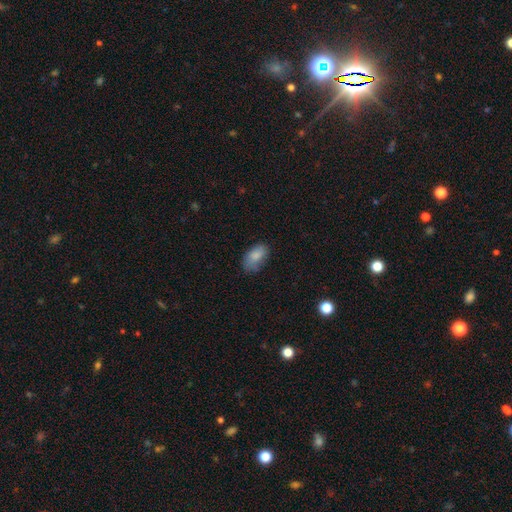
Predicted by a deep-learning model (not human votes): smooth 84%, featured or disk 9%, star or artifact 7%. Down the decision tree: how rounded — in between (92%); merging — none (66%).